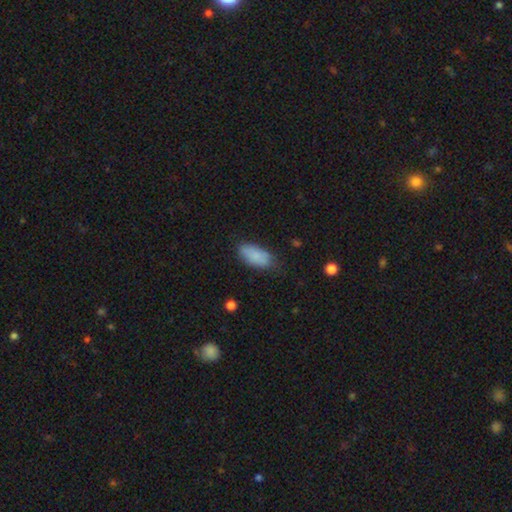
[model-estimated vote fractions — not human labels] Smooth or featured? smooth (86%)
How rounded? in between (89%)
Merging? none (72%)